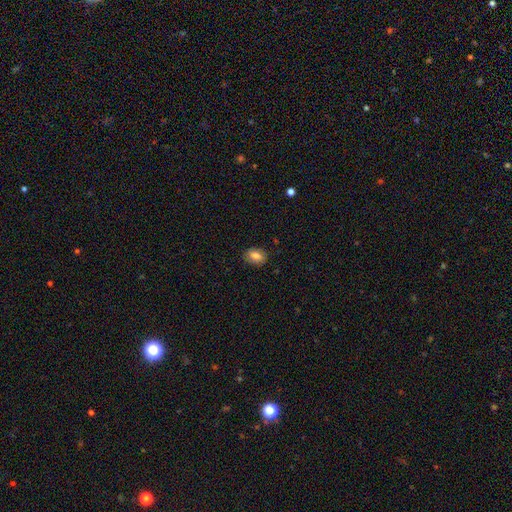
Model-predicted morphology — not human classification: type=smooth (83%); roundness=in between (75%); merging=none (84%).